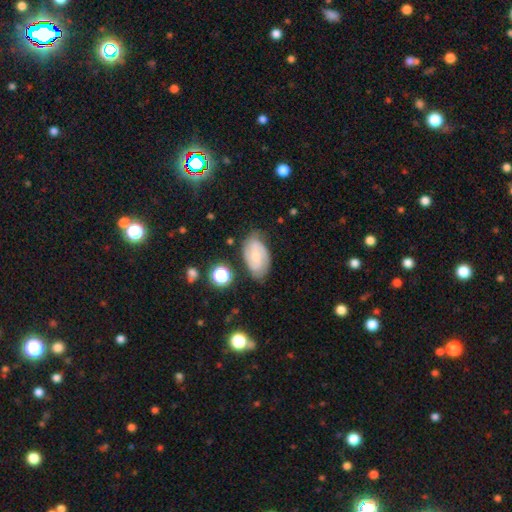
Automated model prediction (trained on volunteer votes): The model was most divided on "spiral winding": tight: 46%, medium: 42%, loose: 12%. More confident: edge-on disk — no (96%); spiral arms — yes (93%); merging — none (72%); smooth or featured — featured or disk (69%); spiral arm count — 2 (68%); bulge size — small (54%); bar — no (53%).